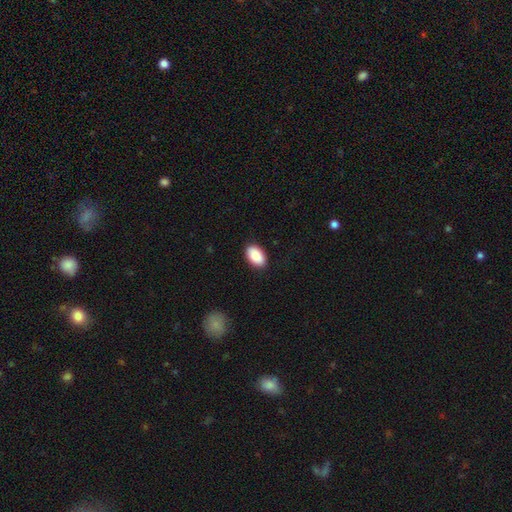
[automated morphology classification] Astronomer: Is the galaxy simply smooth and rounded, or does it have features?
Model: smooth — 89%.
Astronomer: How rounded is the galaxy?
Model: in between — 93%.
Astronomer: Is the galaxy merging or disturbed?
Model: none — 88%.